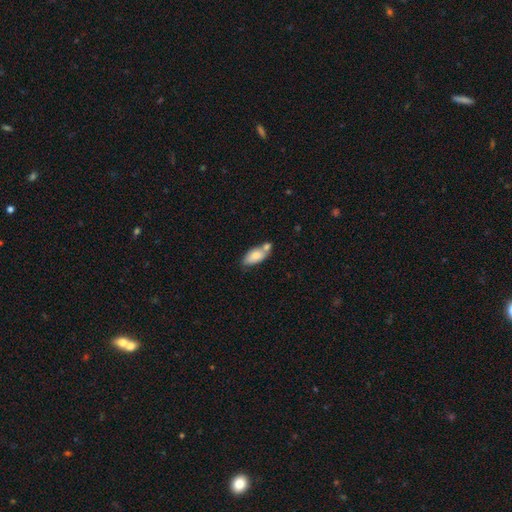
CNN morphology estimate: A smooth galaxy with no disk features (77%) that is in between round and cigar-shaped (89%). Merging: none (43%).